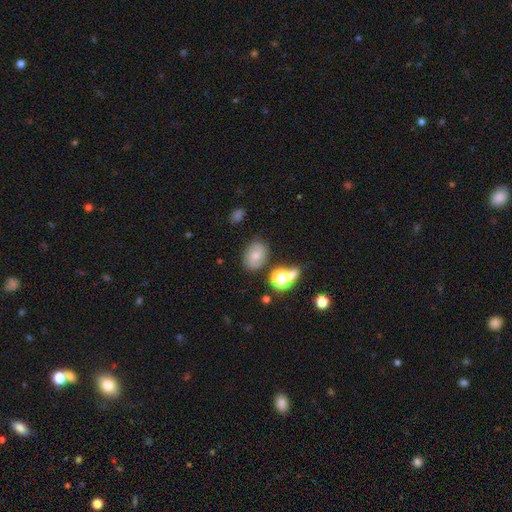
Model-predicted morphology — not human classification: smooth 59%, featured or disk 28%, star or artifact 13%. Down the decision tree: how rounded — in between (67%); merging — none (76%).